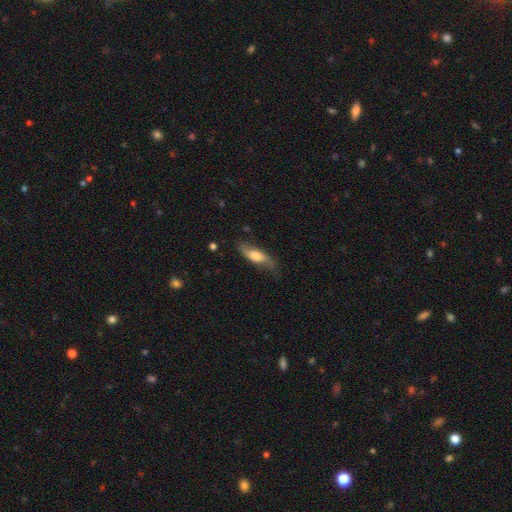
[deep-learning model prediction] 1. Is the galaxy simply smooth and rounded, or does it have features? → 51% featured or disk, 43% smooth, 7% star or artifact.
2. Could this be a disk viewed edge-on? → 66% no, 34% yes.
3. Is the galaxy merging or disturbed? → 63% none, 26% minor disturbance, 9% major disturbance, 2% merger.